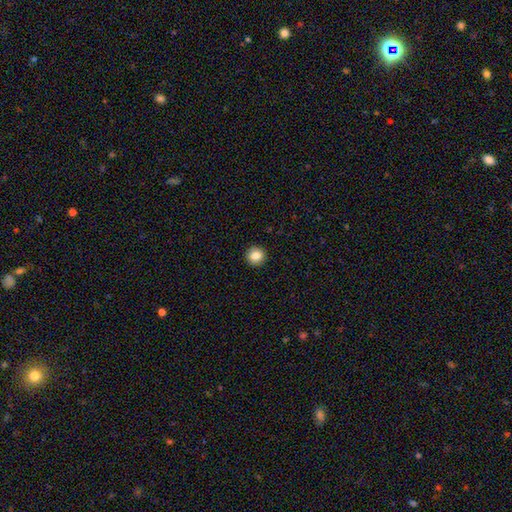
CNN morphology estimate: Smooth or featured? Predicted: smooth (p=0.85). How rounded? Predicted: round (p=0.95). Merging? Predicted: none (p=0.93).